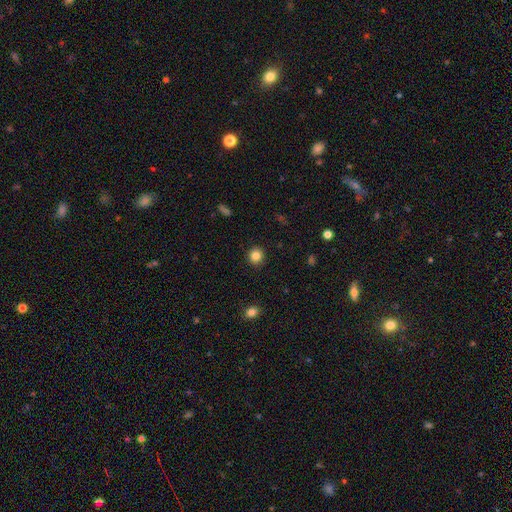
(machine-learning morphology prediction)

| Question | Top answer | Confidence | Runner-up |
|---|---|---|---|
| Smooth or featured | smooth | 84% | star or artifact (11%) |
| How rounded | round | 91% | in between (8%) |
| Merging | none | 92% | minor disturbance (5%) |